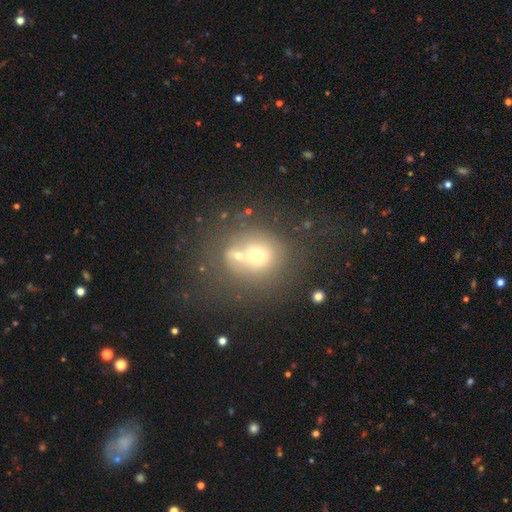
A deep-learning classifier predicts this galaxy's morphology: The model was most divided on "merging": merger: 47%, none: 36%, minor disturbance: 10%, major disturbance: 7%. More confident: how rounded — round (75%); smooth or featured — smooth (53%).